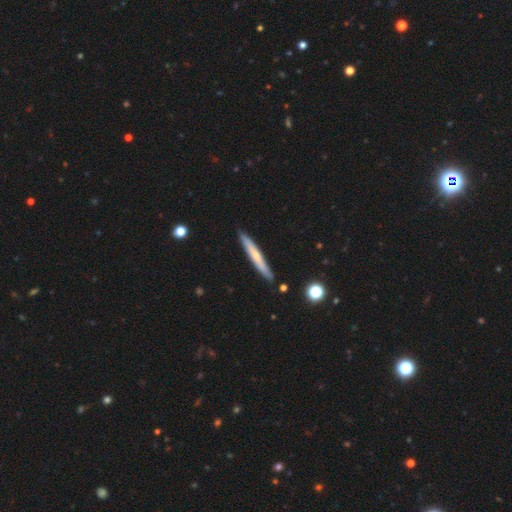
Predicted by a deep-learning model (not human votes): Morphology: type=smooth (54%); roundness=cigar-shaped (95%); merging=none (88%).